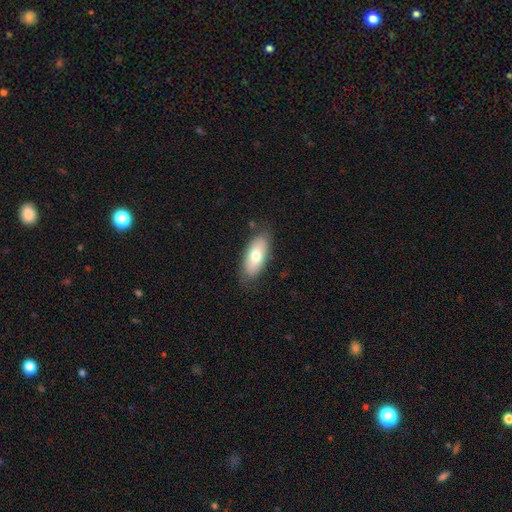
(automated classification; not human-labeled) This appears to be a smooth galaxy with no disk features (72%) that is in between round and cigar-shaped (86%). Merging: none (82%).